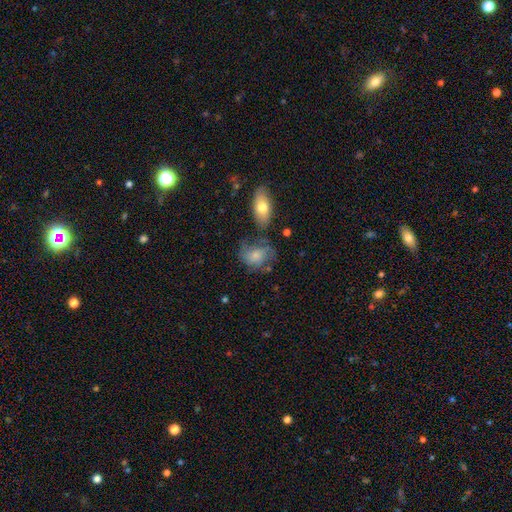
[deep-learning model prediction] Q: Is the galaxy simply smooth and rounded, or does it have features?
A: smooth — 53%.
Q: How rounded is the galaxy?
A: in between — 62%.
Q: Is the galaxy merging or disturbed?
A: none — 46%.